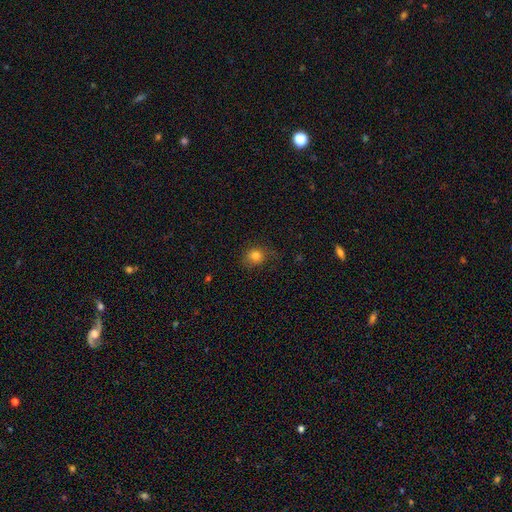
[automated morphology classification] Smooth or featured: smooth — 81% (star or artifact — 13%)
How rounded: round — 78% (in between — 21%)
Merging: none — 75% (minor disturbance — 18%)